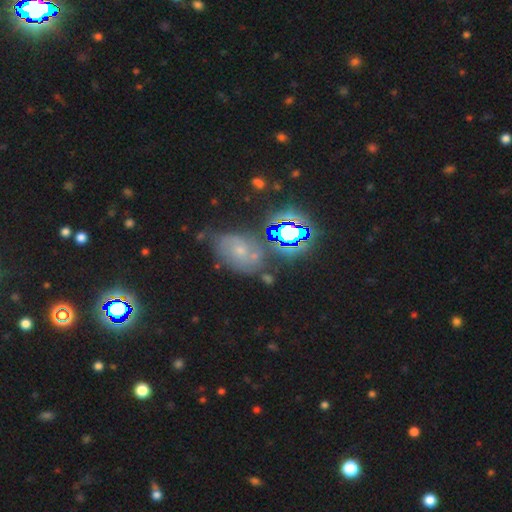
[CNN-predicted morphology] star or artifact 40%, featured or disk 35%, smooth 25%.